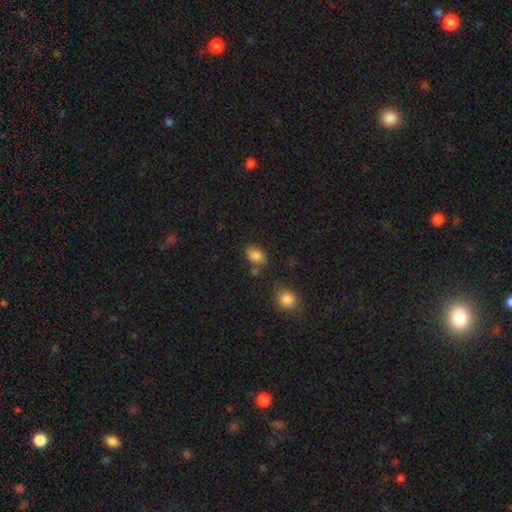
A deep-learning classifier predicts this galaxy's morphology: A smooth galaxy with no disk features (84%) that is in between round and cigar-shaped (78%). Merging: none (68%).